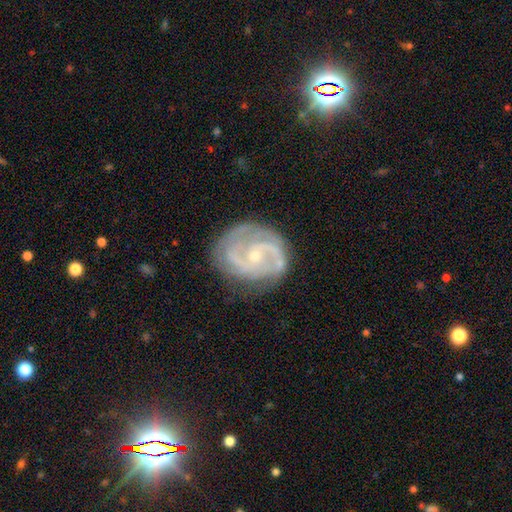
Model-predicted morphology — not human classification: A featured or disk galaxy (87%) with no bar (56%), 2 (67%) medium (45%, tied with tight) spiral arms (96%) and a small central bulge (75%).

Vote fractions:
- Smooth or featured? featured or disk: 87% / smooth: 7% / star or artifact: 6%
- Edge-on disk? no: 98% / yes: 2%
- Bar? no: 56% / weak: 34% / strong: 10%
- Spiral arms? yes: 96% / no: 4%
- Spiral winding? medium: 45% (tied) / tight: 45% (tied) / loose: 10%
- Spiral arm count? 2: 67% / 3: 13% / can't tell: 11% / 1: 3% / 4: 3% / more than 4: 3%
- Bulge size? small: 75% / moderate: 22% / none: 2% / large: 1% / dominant: 1%
- Merging? none: 74% / minor disturbance: 18% / major disturbance: 7% / merger: 2%